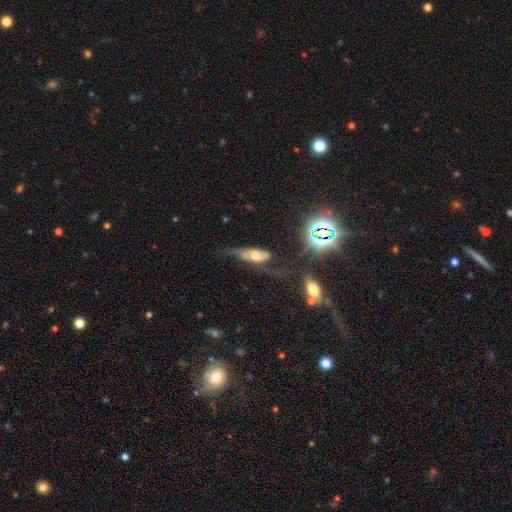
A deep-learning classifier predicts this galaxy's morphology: A featured or disk galaxy (55%).

Vote fractions:
- Smooth or featured? featured or disk: 55% / smooth: 32% / star or artifact: 12%
- Edge-on disk? no: 73% / yes: 27%
- Merging? major disturbance: 39% / none: 29% / minor disturbance: 24% / merger: 8%